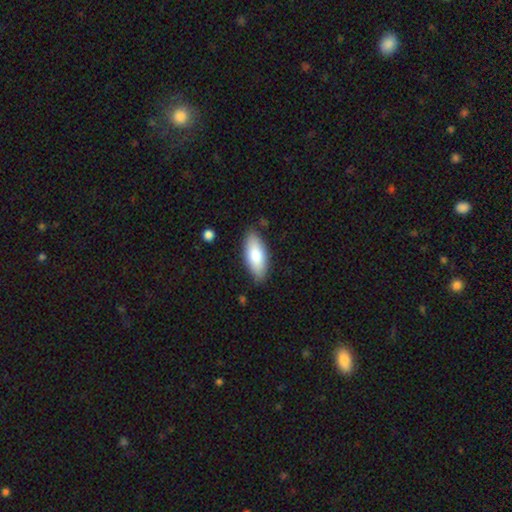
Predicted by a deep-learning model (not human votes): Overall: smooth (81%). How rounded: in between (83%). Merging: none (84%).